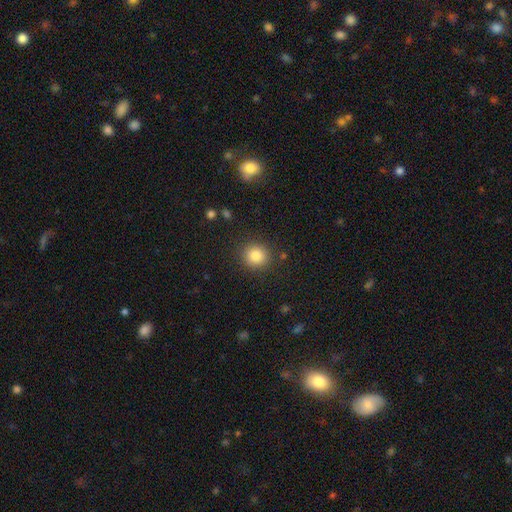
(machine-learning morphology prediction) Q: Smooth or featured?
A: smooth (84%); runner-up: star or artifact (10%)
Q: How rounded?
A: round (84%); runner-up: in between (15%)
Q: Merging?
A: none (88%); runner-up: minor disturbance (8%)